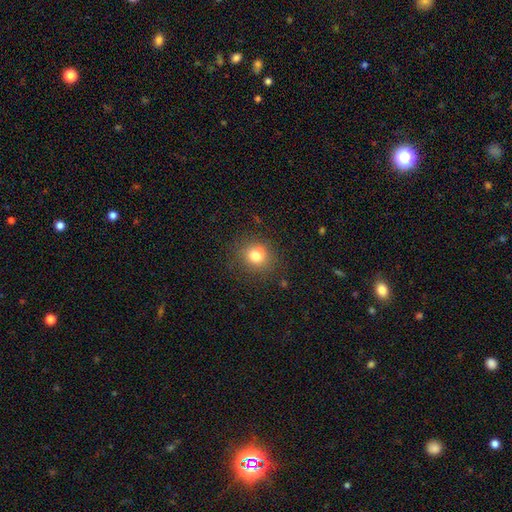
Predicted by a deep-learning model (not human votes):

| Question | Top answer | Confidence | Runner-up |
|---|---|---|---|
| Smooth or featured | smooth | 77% | star or artifact (14%) |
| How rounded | round | 83% | in between (16%) |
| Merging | none | 81% | minor disturbance (12%) |